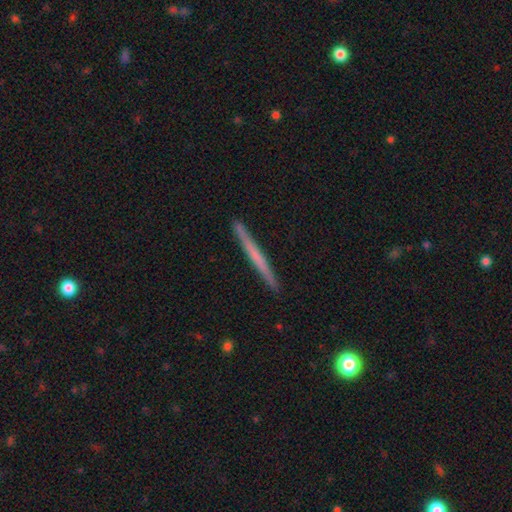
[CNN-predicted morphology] A featured or disk galaxy (48%).

Vote fractions:
- Smooth or featured? featured or disk: 48% / smooth: 47% / star or artifact: 5%
- Merging? none: 92% / minor disturbance: 6% / major disturbance: 1% / merger: 1%